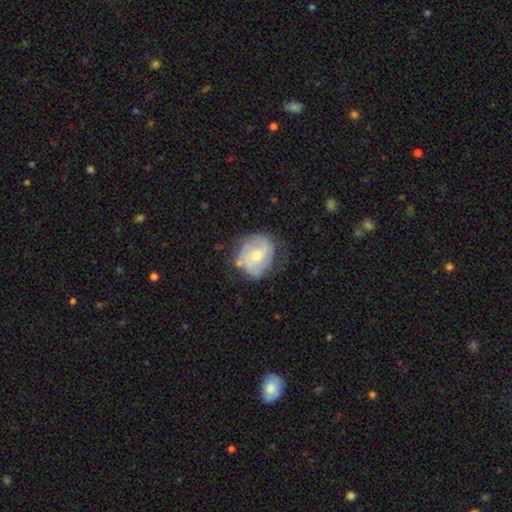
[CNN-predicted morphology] A featured or disk galaxy (68%) with no bar (62%), 2 (51%) tight (45%) spiral arms (85%) and a moderate central bulge (59%). Merging: none (64%).